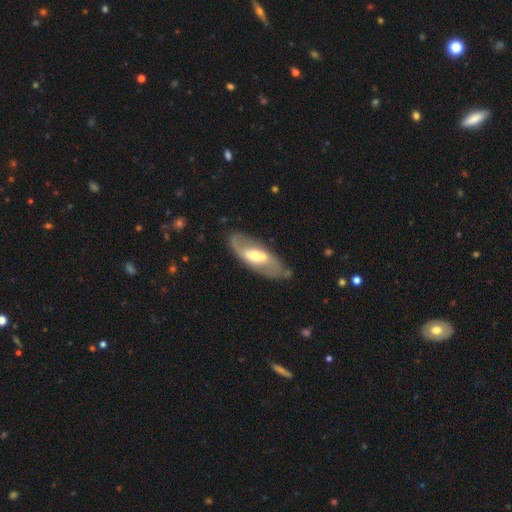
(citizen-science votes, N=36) This appears to be a featured or disk galaxy (64%) with no bar (48%), 2 (77%) loose (54%) spiral arms (62%) and a moderate central bulge (71%). Merging: none (46%).